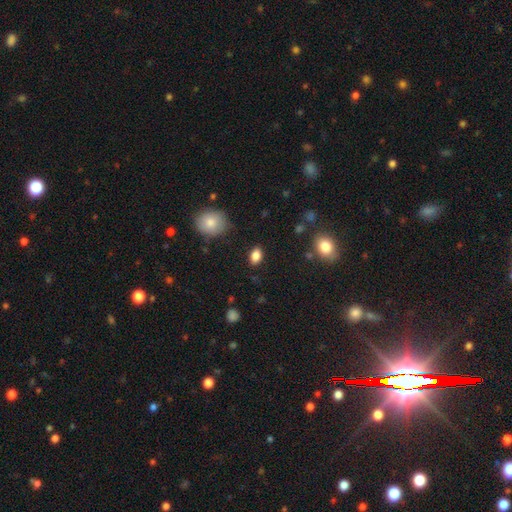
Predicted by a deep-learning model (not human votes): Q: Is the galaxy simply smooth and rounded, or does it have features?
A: smooth — 85%.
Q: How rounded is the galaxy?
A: in between — 86%.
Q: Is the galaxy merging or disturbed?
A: none — 86%.